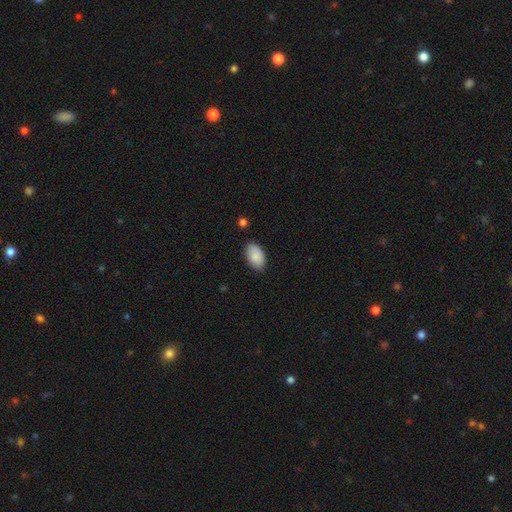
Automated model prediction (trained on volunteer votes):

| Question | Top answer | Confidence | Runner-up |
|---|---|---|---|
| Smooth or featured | smooth | 88% | star or artifact (6%) |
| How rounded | in between | 94% | round (5%) |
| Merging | none | 83% | minor disturbance (13%) |